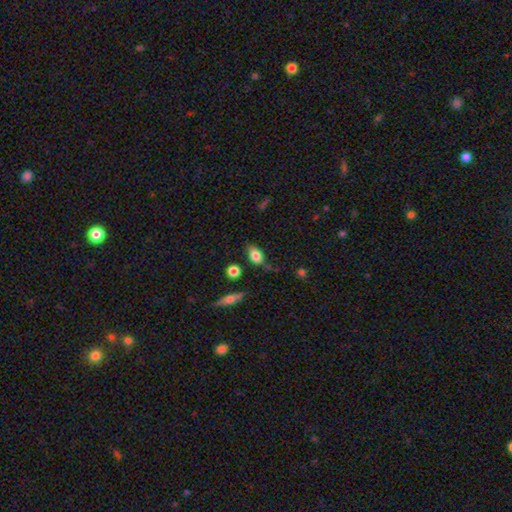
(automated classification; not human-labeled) A smooth galaxy with no disk features (78%) that is in between round and cigar-shaped (84%). Merging: none (67%).